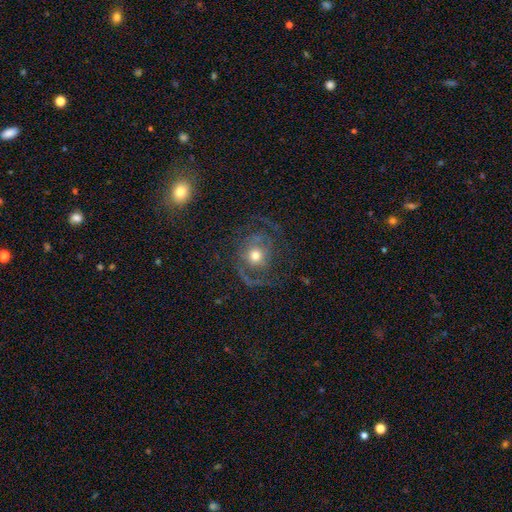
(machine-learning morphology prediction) featured or disk 77%, smooth 14%, star or artifact 9%. Down the decision tree: edge-on disk — no (97%); bar — no (74%); spiral arms — yes (89%); spiral arm count — 2 (53%); spiral winding — medium (47%); bulge size — moderate (67%); merging — none (63%).